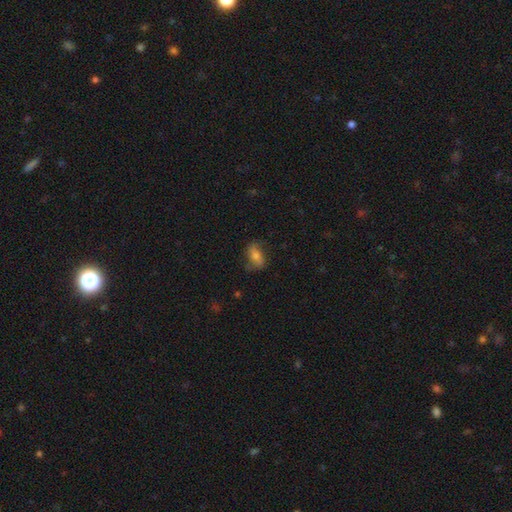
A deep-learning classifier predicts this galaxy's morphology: This appears to be a smooth galaxy with no disk features (63%) that is in between round and cigar-shaped (84%). Merging: none (68%).